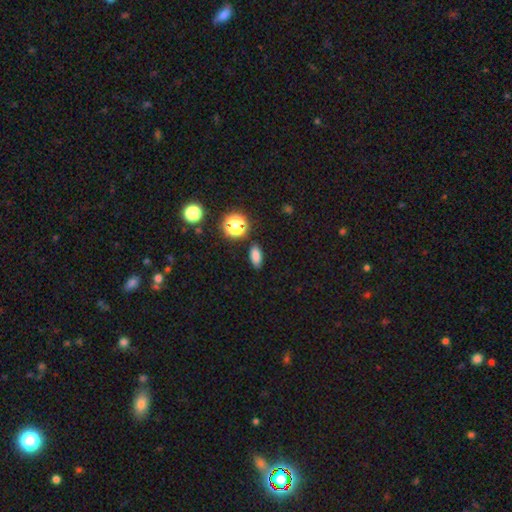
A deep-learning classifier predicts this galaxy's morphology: This appears to be a smooth galaxy with no disk features (79%) that is in between round and cigar-shaped (80%). Merging: none (86%).